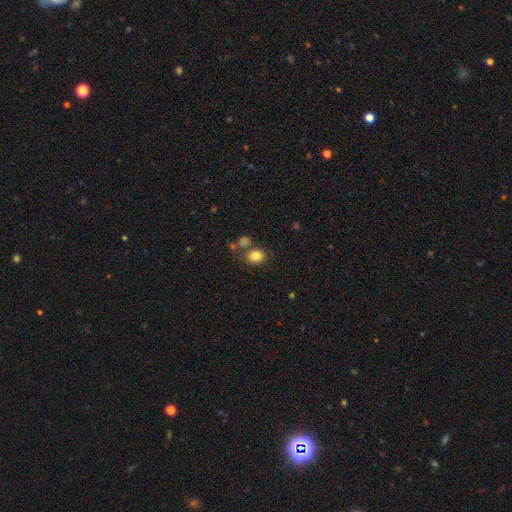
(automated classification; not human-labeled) This appears to be a smooth galaxy with no disk features (83%) that is round (54%). Merging: none (69%).